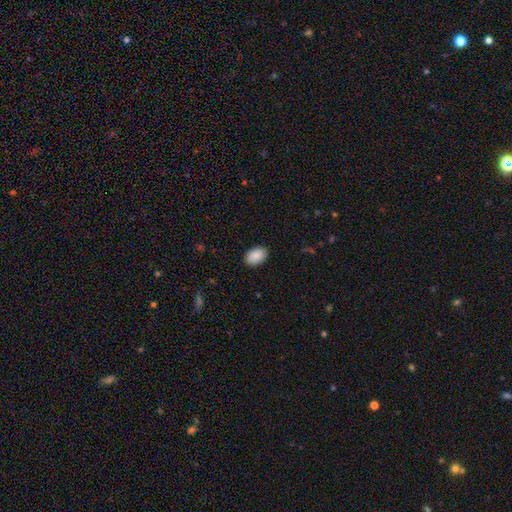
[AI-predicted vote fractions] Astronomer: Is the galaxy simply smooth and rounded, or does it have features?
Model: smooth — 90%.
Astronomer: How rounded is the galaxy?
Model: in between — 91%.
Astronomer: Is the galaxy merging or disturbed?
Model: none — 89%.